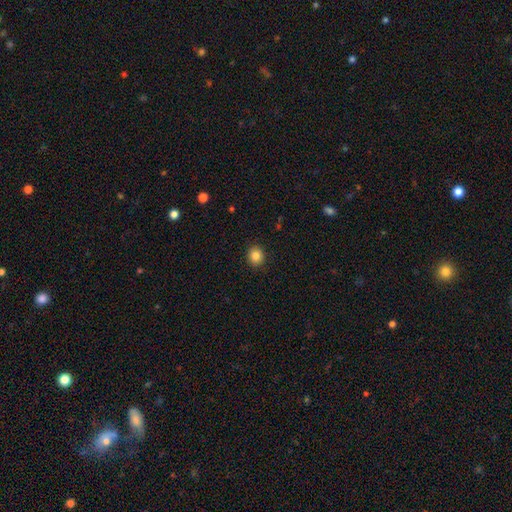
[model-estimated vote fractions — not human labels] A smooth galaxy with no disk features (85%) that is round (80%).

Vote fractions:
- Smooth or featured? smooth: 85% / star or artifact: 10% / featured or disk: 5%
- How rounded? round: 80% / in between: 19% / cigar-shaped: 1%
- Merging? none: 91% / minor disturbance: 6% / major disturbance: 2% / merger: 1%